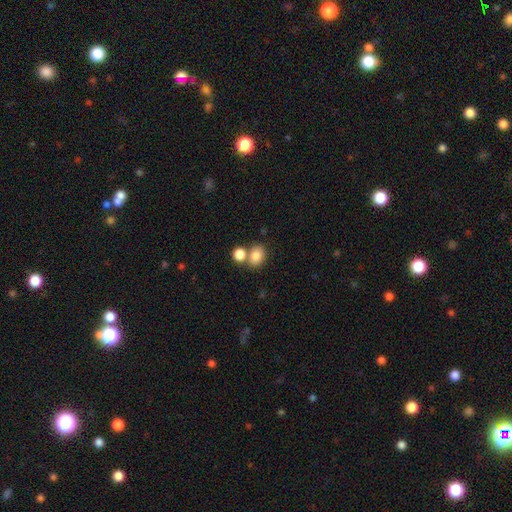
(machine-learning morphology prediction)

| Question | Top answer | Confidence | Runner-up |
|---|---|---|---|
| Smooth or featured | smooth | 82% | star or artifact (10%) |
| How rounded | in between | 53% | round (46%) |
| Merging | none | 55% | merger (32%) |